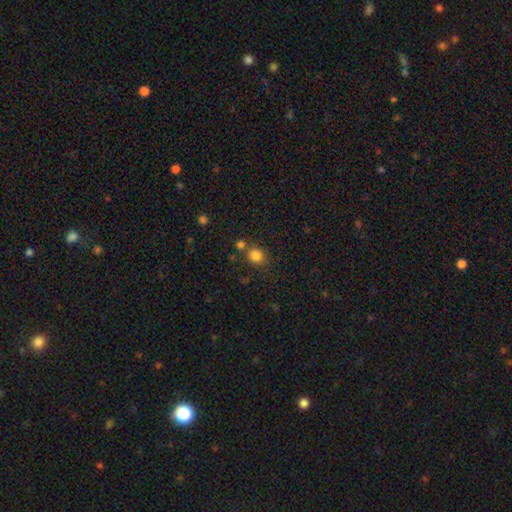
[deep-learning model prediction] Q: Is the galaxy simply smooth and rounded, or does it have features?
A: smooth — 83%.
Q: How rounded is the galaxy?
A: round — 79%.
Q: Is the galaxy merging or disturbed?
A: none — 72%.